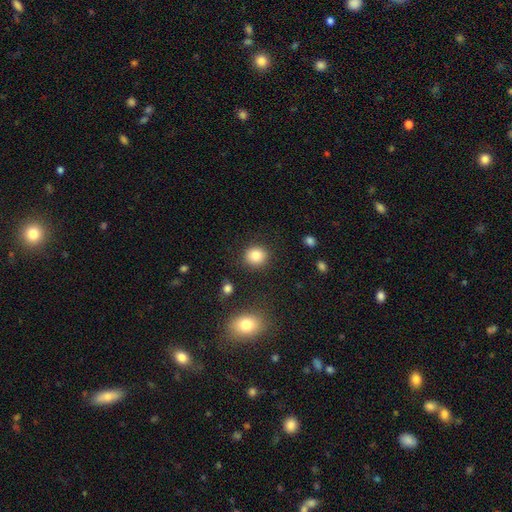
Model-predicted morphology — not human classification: Smooth or featured: smooth — 84% (star or artifact — 10%)
How rounded: round — 80% (in between — 19%)
Merging: none — 88% (minor disturbance — 8%)